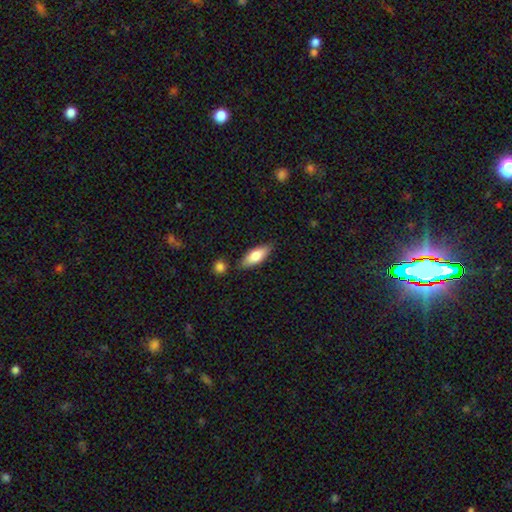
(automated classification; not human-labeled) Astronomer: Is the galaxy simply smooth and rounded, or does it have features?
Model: smooth — 73%.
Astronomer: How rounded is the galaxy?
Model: in between — 68%.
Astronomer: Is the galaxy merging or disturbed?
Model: none — 80%.